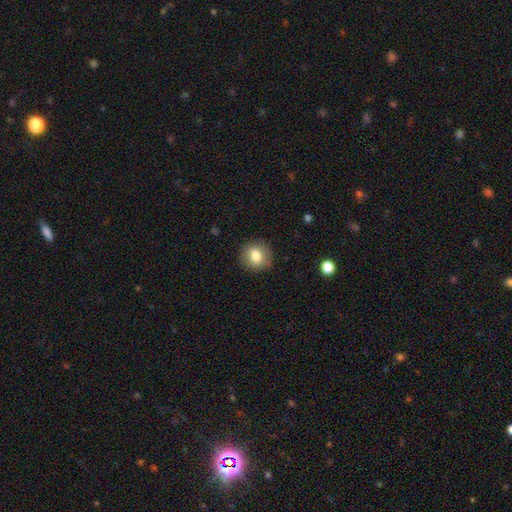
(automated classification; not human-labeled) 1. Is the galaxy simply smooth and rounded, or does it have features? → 80% smooth, 11% featured or disk, 9% star or artifact.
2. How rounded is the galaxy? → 84% round, 15% in between, 1% cigar-shaped.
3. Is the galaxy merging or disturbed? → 89% none, 7% minor disturbance, 2% major disturbance, 1% merger.